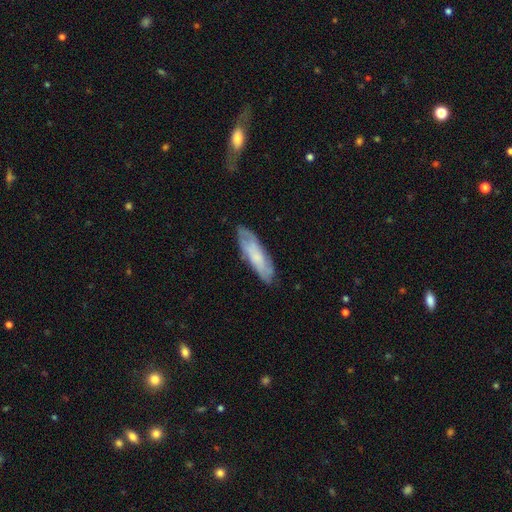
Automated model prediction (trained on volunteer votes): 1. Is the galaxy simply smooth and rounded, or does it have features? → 49% smooth, 44% featured or disk, 7% star or artifact.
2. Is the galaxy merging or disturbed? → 77% none, 17% minor disturbance, 4% major disturbance, 1% merger.